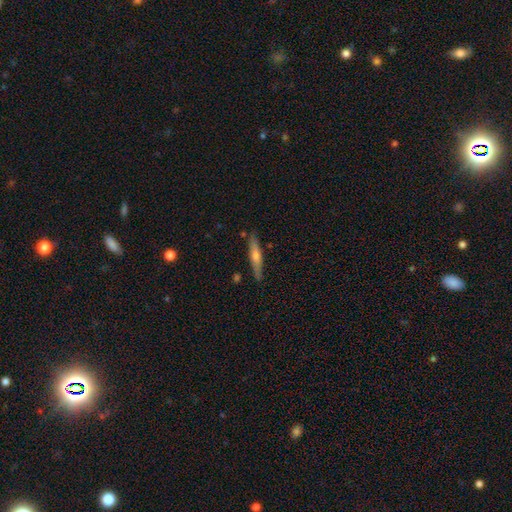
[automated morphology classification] type=featured or disk (61%); edge-on=yes (95%); edge-on bulge=rounded (81%); merging=none (88%).